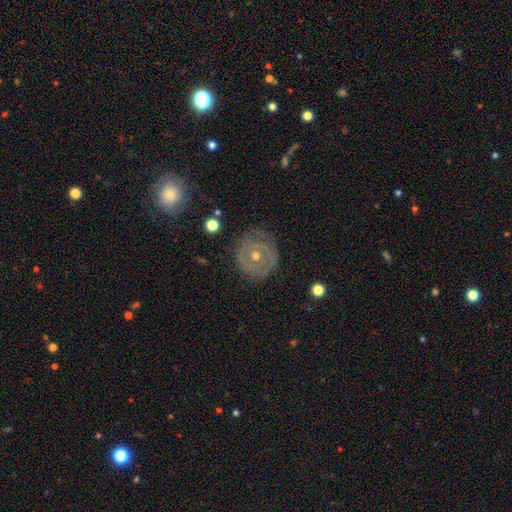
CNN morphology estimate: This is likely a featured or disk galaxy (71%). It is clearly not viewed edge-on (97%). Bar: likely no (75%). Spiral arm pattern: likely yes (68%). Central bulge: possibly moderate (53%). Merging: likely none (79%).